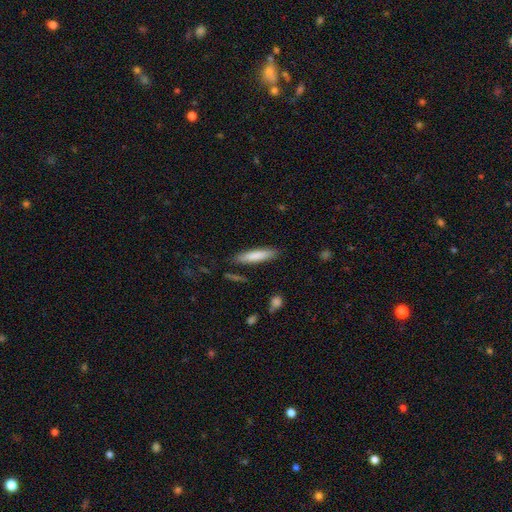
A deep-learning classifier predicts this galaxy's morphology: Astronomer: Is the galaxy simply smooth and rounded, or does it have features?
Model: smooth — 81%.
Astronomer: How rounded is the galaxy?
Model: cigar-shaped — 83%.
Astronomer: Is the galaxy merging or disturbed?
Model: none — 85%.